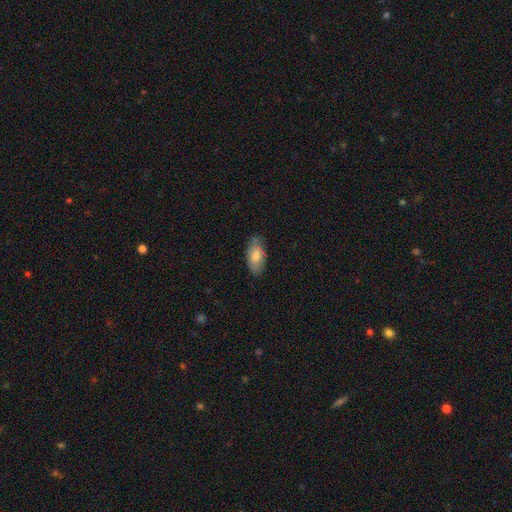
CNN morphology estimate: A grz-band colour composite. It shows a smooth galaxy with no disk features (75%) that is in between round and cigar-shaped (91%). Merging: none (75%).